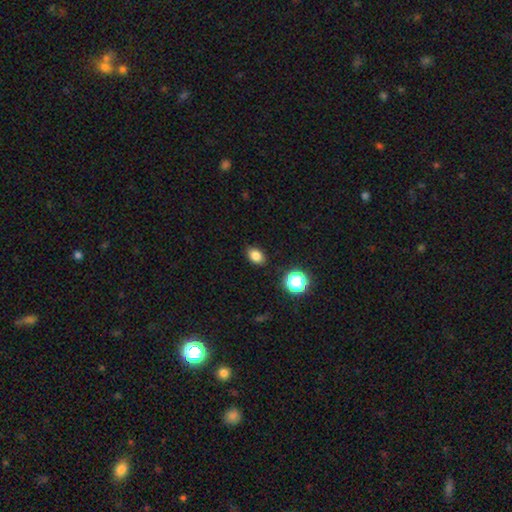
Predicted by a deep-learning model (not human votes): A smooth galaxy with no disk features (82%) that is in between round and cigar-shaped (73%).

Vote fractions:
- Smooth or featured? smooth: 82% / star or artifact: 13% / featured or disk: 5%
- How rounded? in between: 73% / round: 26% / cigar-shaped: 1%
- Merging? none: 87% / minor disturbance: 9% / major disturbance: 2% / merger: 1%